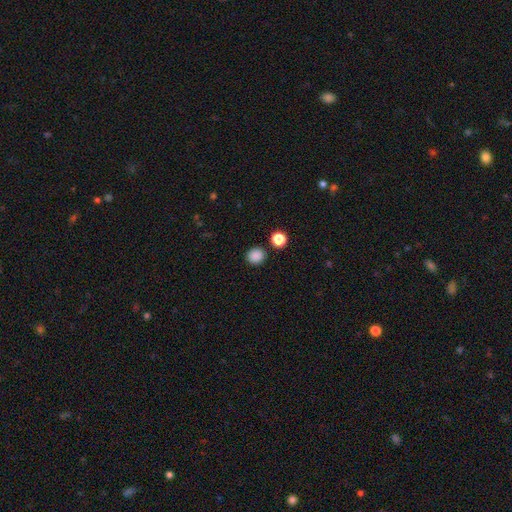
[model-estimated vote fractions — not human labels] smooth_or_featured: smooth (p=0.86) [alt: star or artifact p=0.11]
how_rounded: round (p=0.86) [alt: in between p=0.13]
merging: none (p=0.88) [alt: minor disturbance p=0.06]